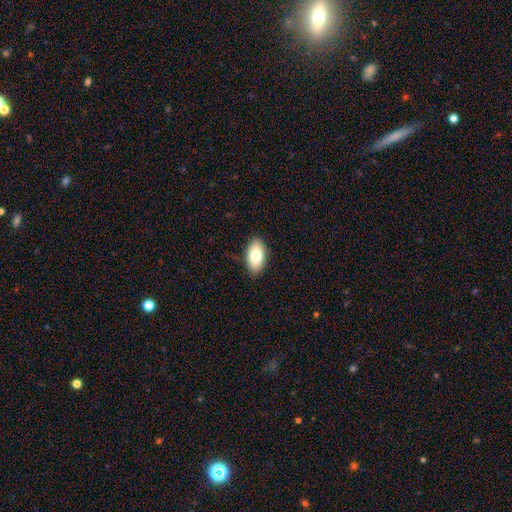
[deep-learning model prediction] smooth-or-featured: smooth: 78% | featured or disk: 15% | star or artifact: 7%
  how-rounded: in between: 93% | round: 4% | cigar-shaped: 2%
  merging: none: 89% | minor disturbance: 9% | major disturbance: 2% | merger: 1%